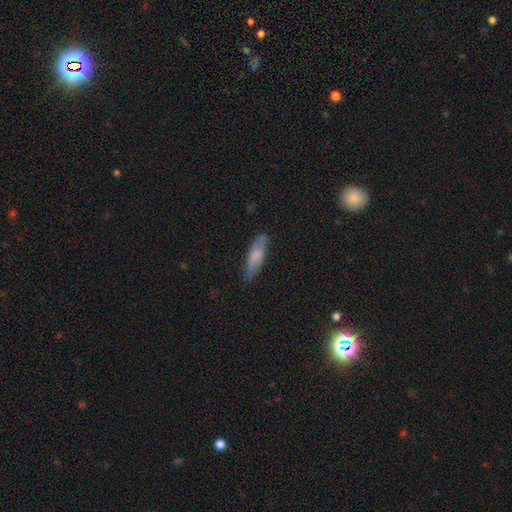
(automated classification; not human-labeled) Overall: smooth (70%). How rounded: cigar-shaped (59%; in between 40%). Merging: none (71%).